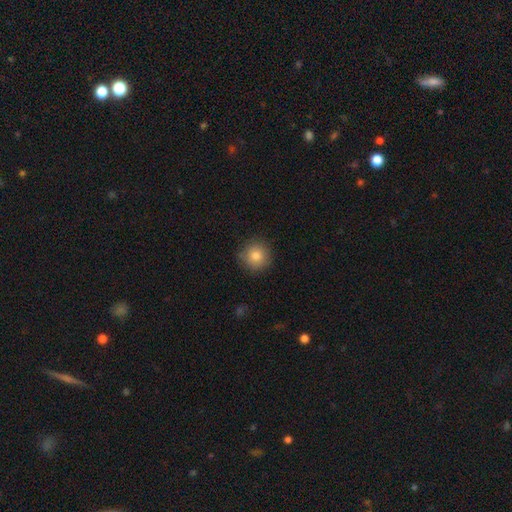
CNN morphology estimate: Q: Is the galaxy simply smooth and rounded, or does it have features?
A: smooth — 81%.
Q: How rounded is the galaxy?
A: round — 94%.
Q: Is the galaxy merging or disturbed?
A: none — 87%.